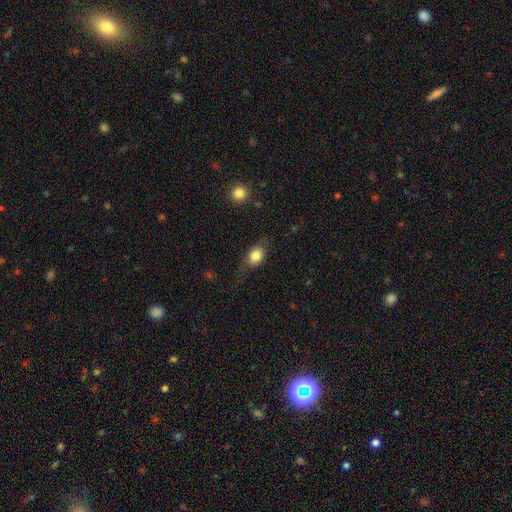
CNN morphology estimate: smooth_or_featured: smooth (p=0.78) [alt: featured or disk p=0.14]
how_rounded: in between (p=0.75) [alt: round p=0.21]
merging: none (p=0.64) [alt: minor disturbance p=0.23]